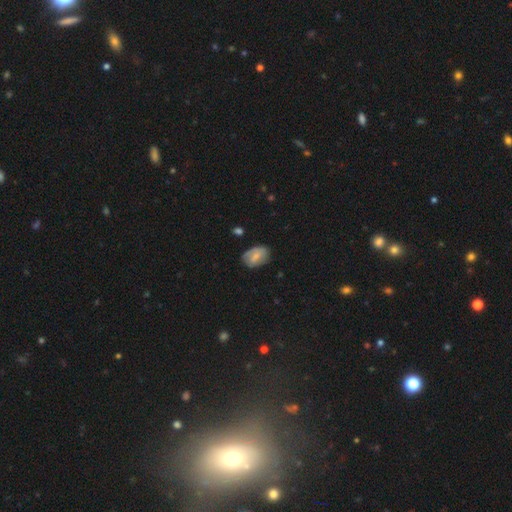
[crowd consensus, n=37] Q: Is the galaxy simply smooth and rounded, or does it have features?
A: smooth — 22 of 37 (59%).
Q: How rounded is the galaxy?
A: in between — 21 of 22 (95%).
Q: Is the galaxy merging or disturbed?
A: none — 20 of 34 (59%).